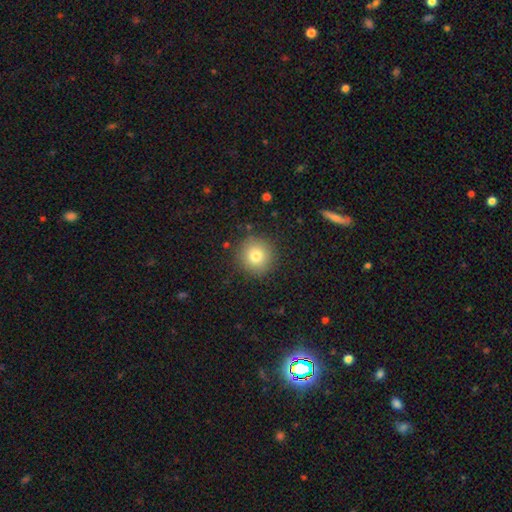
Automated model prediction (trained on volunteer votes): Smooth or featured? smooth (79%)
How rounded? round (94%)
Merging? none (89%)